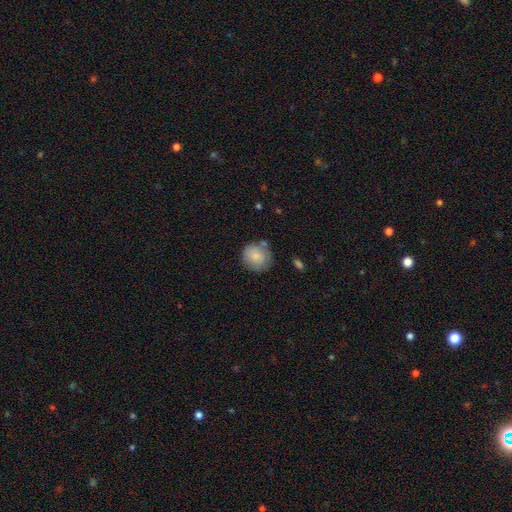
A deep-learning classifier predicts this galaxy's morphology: Q: Smooth or featured?
A: smooth (81%); runner-up: featured or disk (12%)
Q: How rounded?
A: round (85%); runner-up: in between (14%)
Q: Merging?
A: none (70%); runner-up: minor disturbance (18%)